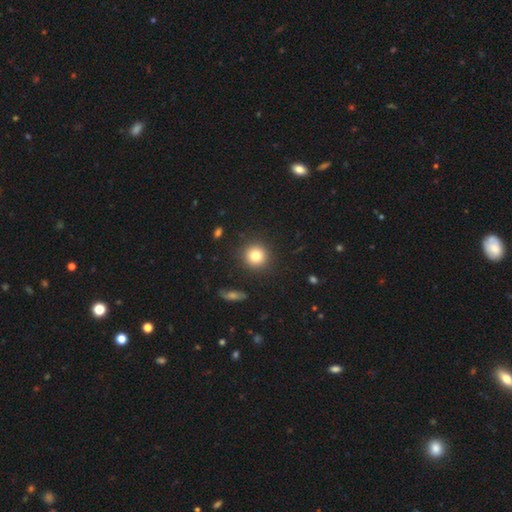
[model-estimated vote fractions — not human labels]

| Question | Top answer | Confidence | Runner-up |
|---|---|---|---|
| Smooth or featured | smooth | 81% | star or artifact (11%) |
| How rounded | round | 93% | in between (6%) |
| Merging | none | 91% | minor disturbance (6%) |